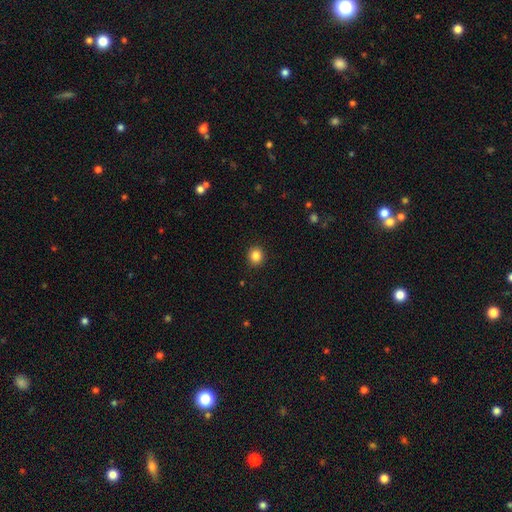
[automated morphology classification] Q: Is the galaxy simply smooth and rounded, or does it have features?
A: smooth — 85%.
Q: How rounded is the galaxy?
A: round — 84%.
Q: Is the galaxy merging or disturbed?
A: none — 91%.